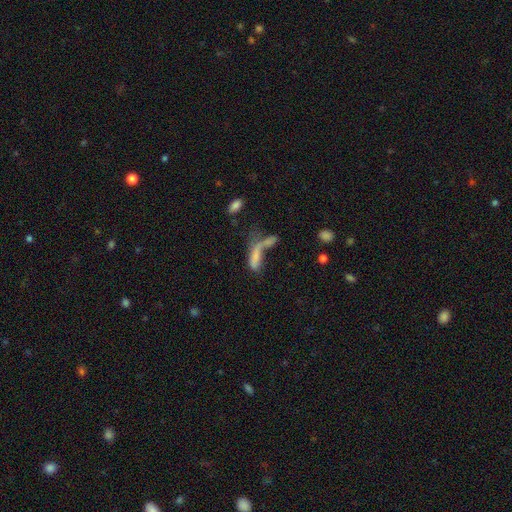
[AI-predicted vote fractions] Q: Smooth or featured?
A: smooth (64%); runner-up: featured or disk (23%)
Q: How rounded?
A: cigar-shaped (52%); runner-up: in between (45%)
Q: Merging?
A: merger (51%); runner-up: major disturbance (20%)